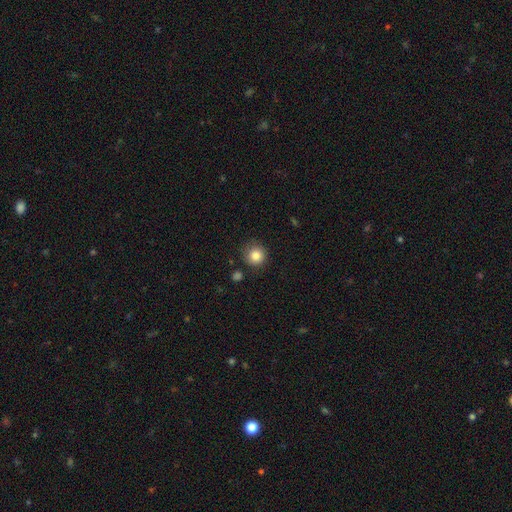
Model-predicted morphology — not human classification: Smooth or featured? smooth (84%)
How rounded? round (93%)
Merging? none (82%)